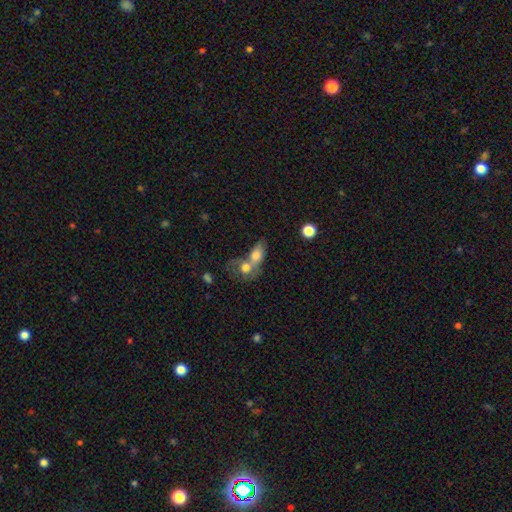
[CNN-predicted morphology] smooth_or_featured: smooth (p=0.71) [alt: featured or disk p=0.20]
how_rounded: in between (p=0.73) [alt: round p=0.22]
merging: merger (p=0.71) [alt: none p=0.17]